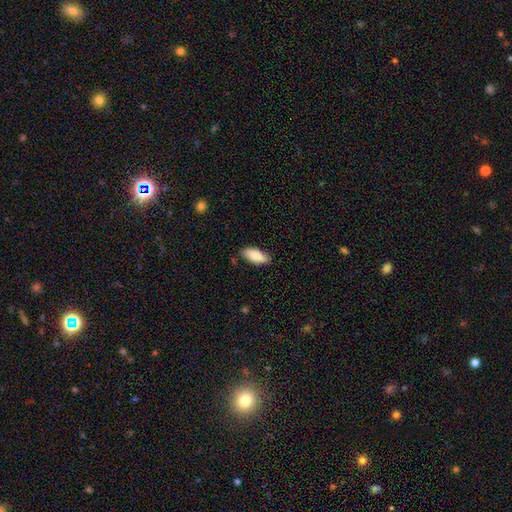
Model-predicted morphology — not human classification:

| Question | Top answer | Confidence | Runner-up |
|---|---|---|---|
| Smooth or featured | smooth | 83% | featured or disk (11%) |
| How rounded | in between | 86% | cigar-shaped (12%) |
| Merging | none | 84% | minor disturbance (13%) |